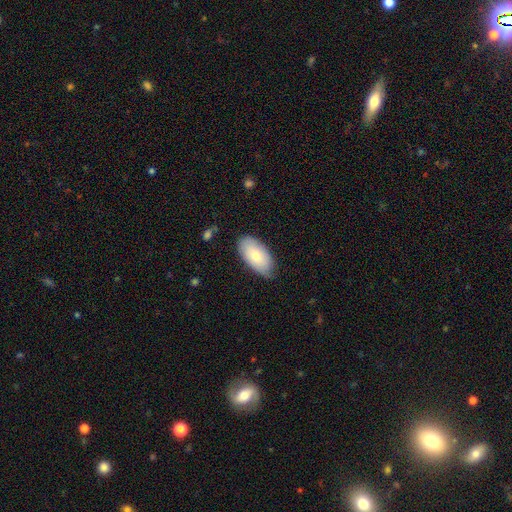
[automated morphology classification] smooth 78%, featured or disk 16%, star or artifact 6%. Down the decision tree: how rounded — in between (95%); merging — none (76%).